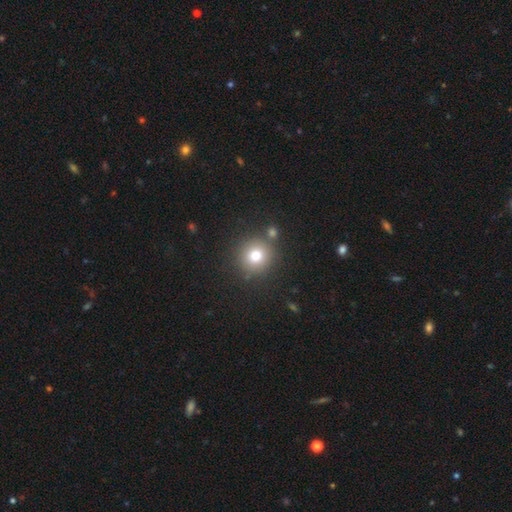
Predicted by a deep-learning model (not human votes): Morphology: type=smooth (76%); roundness=round (92%); merging=none (80%).